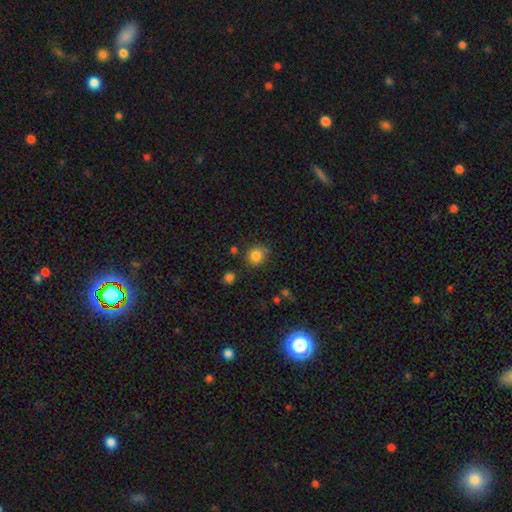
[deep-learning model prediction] Smooth or featured: smooth — 83% (star or artifact — 11%)
How rounded: round — 83% (in between — 16%)
Merging: none — 74% (minor disturbance — 16%)